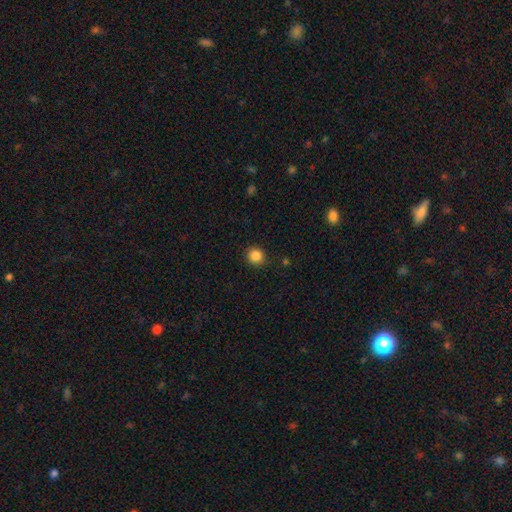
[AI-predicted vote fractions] Smooth or featured? smooth (86%)
How rounded? round (89%)
Merging? none (91%)